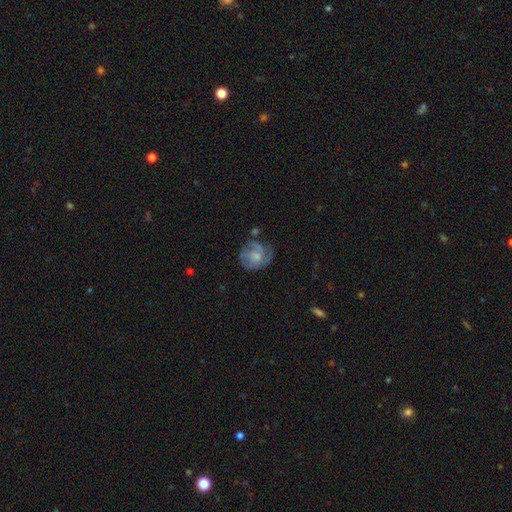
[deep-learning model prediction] smooth-or-featured: featured or disk: 62% | smooth: 31% | star or artifact: 7%
  disk-edge-on: no: 98% | yes: 2%
    bar: no: 73% | weak: 24% | strong: 3%
    has-spiral-arms: yes: 78% | no: 22%
    bulge-size: moderate: 39% | small: 34% | none: 19% | large: 7% | dominant: 2%
  merging: none: 57% | minor disturbance: 24% | major disturbance: 15% | merger: 3%